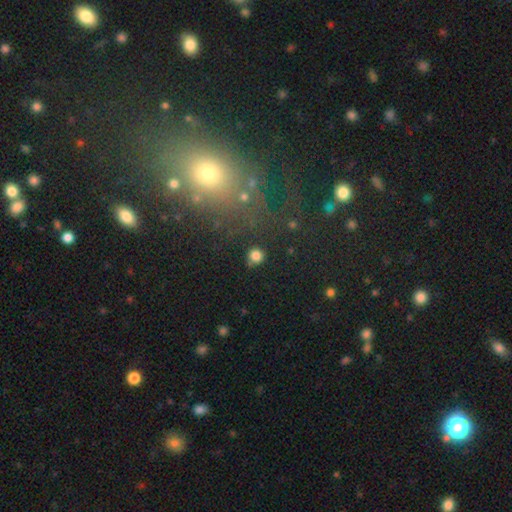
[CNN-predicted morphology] Smooth or featured? Predicted: smooth (p=0.81). How rounded? Predicted: round (p=0.90). Merging? Predicted: none (p=0.82).